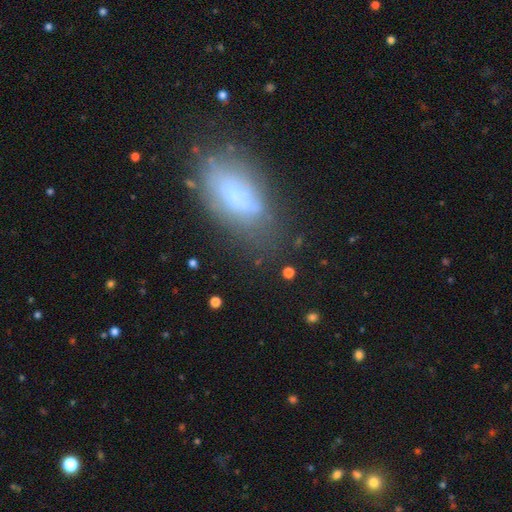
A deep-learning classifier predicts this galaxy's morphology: Smooth or featured: smooth — 63% (featured or disk — 25%)
How rounded: in between — 87% (cigar-shaped — 8%)
Merging: none — 57% (minor disturbance — 26%)